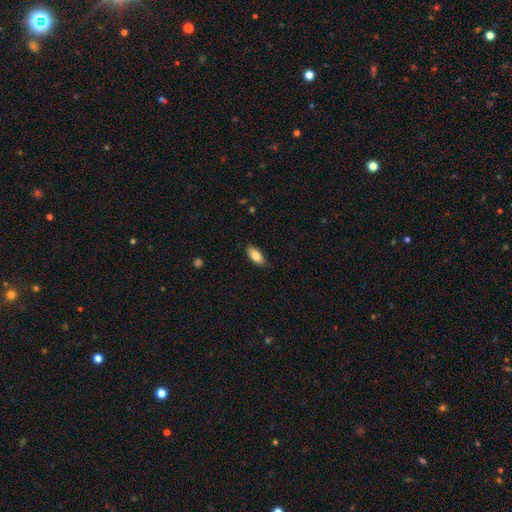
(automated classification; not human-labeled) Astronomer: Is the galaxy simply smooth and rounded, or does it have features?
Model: smooth — 82%.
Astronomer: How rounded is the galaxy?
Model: in between — 85%.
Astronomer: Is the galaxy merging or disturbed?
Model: none — 80%.